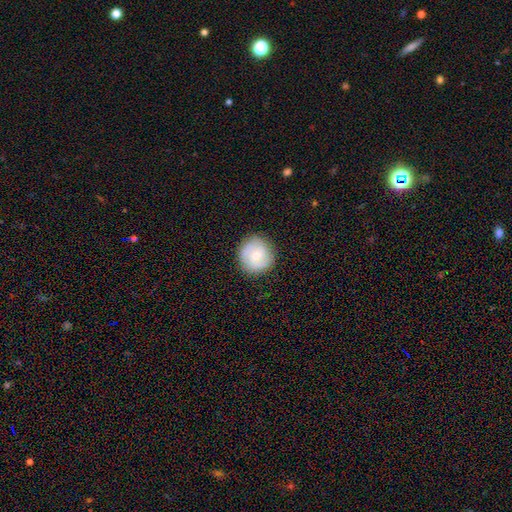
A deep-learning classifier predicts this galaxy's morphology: This is possibly a featured or disk galaxy (59%). It is clearly not viewed edge-on (98%). Bar: possibly no (60%). Spiral arm pattern: clearly yes (90%). Spiral arm count: possibly 2 (60%). Spiral winding: marginally medium (44%). Central bulge: possibly small (54%). Merging: clearly none (87%).